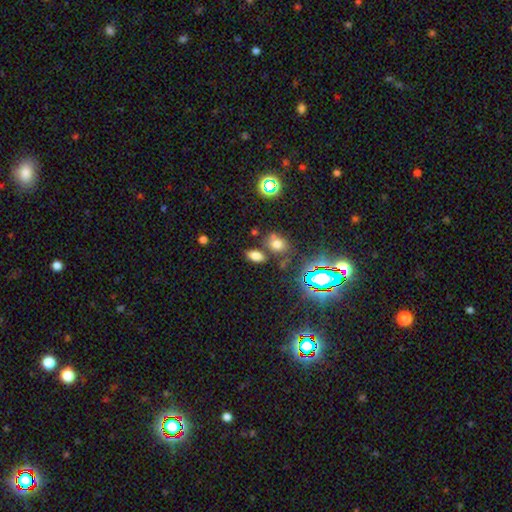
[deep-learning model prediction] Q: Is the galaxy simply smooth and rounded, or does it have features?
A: smooth — 71%.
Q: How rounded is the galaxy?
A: in between — 87%.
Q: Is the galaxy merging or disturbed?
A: none — 76%.